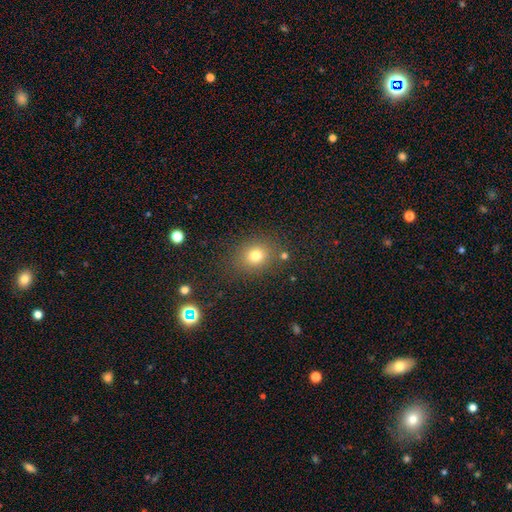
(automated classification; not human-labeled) Smooth or featured?
  - smooth: 76% *
  - star or artifact: 15%
  - featured or disk: 9%
How rounded?
  - round: 63% *
  - in between: 35%
  - cigar-shaped: 1%
Merging?
  - none: 81% *
  - minor disturbance: 11%
  - major disturbance: 4%
  - merger: 4%